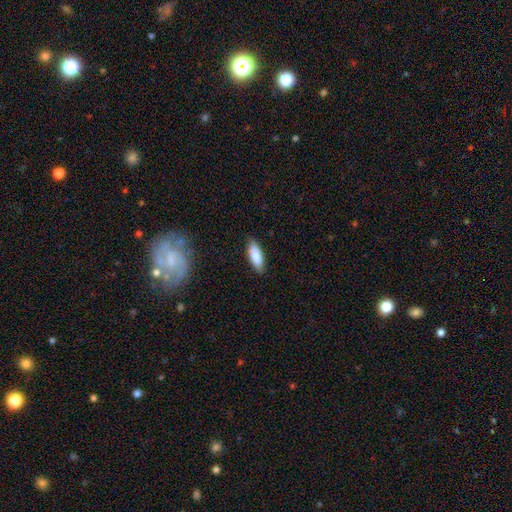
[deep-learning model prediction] Smooth or featured?
  - smooth: 86% *
  - featured or disk: 8%
  - star or artifact: 6%
How rounded?
  - in between: 72% *
  - cigar-shaped: 27%
  - round: 2%
Merging?
  - none: 85% *
  - minor disturbance: 12%
  - major disturbance: 2%
  - merger: 1%